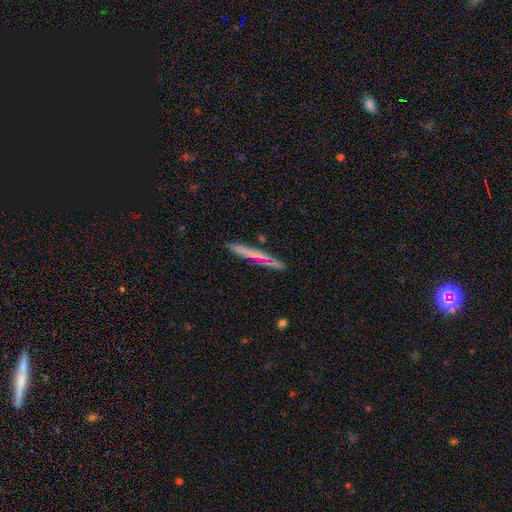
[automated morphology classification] smooth-or-featured: smooth: 49% | featured or disk: 44% | star or artifact: 7%
  merging: none: 82% | minor disturbance: 12% | merger: 3% | major disturbance: 3%